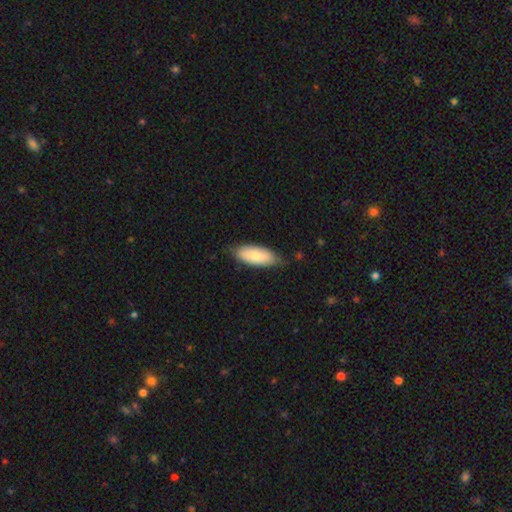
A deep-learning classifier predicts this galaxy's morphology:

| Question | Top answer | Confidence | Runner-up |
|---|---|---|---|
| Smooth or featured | smooth | 78% | featured or disk (16%) |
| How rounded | in between | 83% | cigar-shaped (15%) |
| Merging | none | 74% | minor disturbance (22%) |